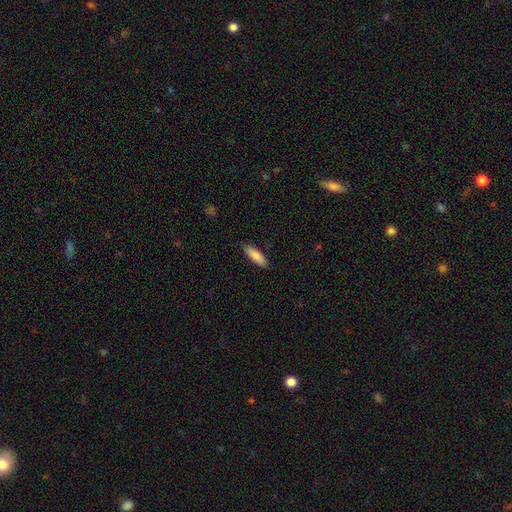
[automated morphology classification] Smooth or featured: smooth — 87% (featured or disk — 8%)
How rounded: cigar-shaped — 61% (in between — 37%)
Merging: none — 88% (minor disturbance — 9%)